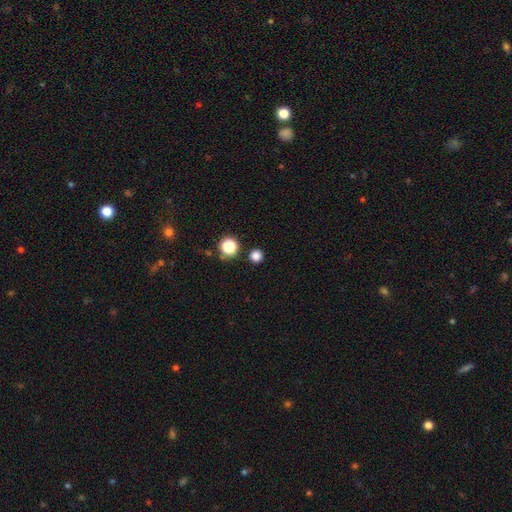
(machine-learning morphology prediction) A smooth galaxy with no disk features (81%) that is round (95%). Merging: none (90%).